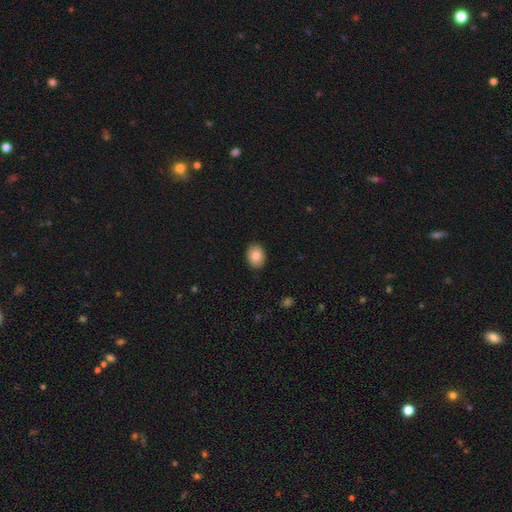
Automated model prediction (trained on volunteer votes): Smooth or featured? Predicted: smooth (p=0.83). How rounded? Predicted: in between (p=0.63). Merging? Predicted: none (p=0.89).